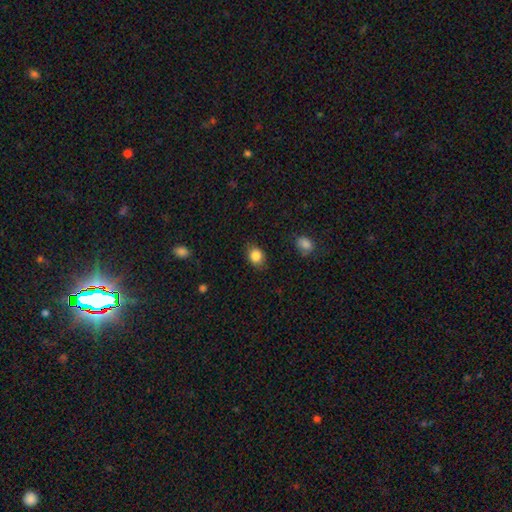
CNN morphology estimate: Smooth or featured? Predicted: smooth (p=0.85). How rounded? Predicted: in between (p=0.53). Merging? Predicted: none (p=0.80).